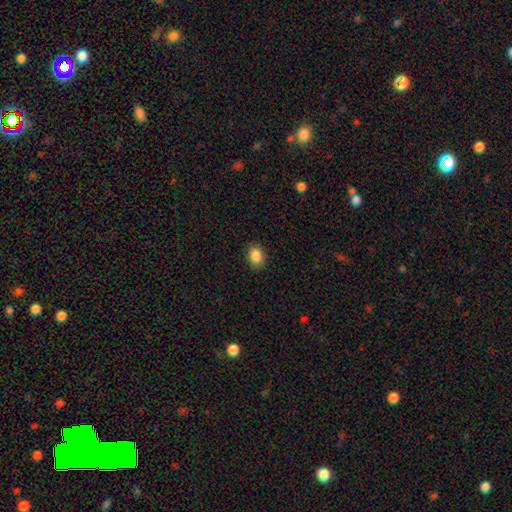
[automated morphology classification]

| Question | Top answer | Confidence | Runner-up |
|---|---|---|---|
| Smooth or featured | smooth | 87% | star or artifact (9%) |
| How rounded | in between | 70% | round (29%) |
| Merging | none | 88% | minor disturbance (9%) |